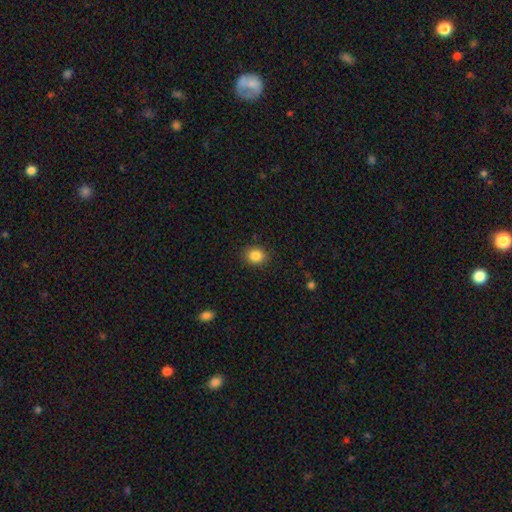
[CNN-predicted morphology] smooth_or_featured: smooth (p=0.85) [alt: star or artifact p=0.10]
how_rounded: round (p=0.65) [alt: in between p=0.34]
merging: none (p=0.89) [alt: minor disturbance p=0.08]